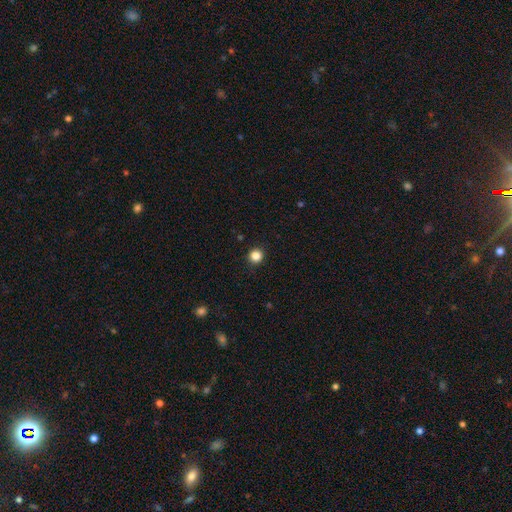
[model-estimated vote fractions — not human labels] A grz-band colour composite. It shows a smooth galaxy with no disk features (85%) that is round (95%). Merging: none (93%).